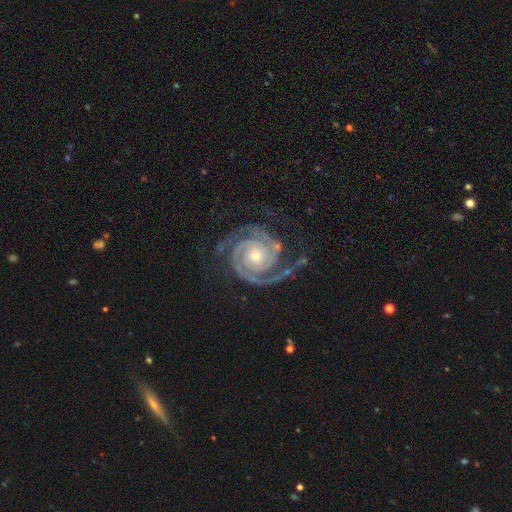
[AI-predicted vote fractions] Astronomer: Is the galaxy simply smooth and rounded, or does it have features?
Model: featured or disk — 94%.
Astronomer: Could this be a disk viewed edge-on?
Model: no — 98%.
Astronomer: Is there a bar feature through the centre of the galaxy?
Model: no — 73%.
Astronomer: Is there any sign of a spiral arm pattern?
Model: yes — 99%.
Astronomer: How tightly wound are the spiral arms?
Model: tight — 78%.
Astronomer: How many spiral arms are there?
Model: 2 — 81%.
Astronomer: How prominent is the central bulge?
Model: small — 51% (runner-up: moderate, 45%).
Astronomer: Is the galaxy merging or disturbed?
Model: none — 75%.